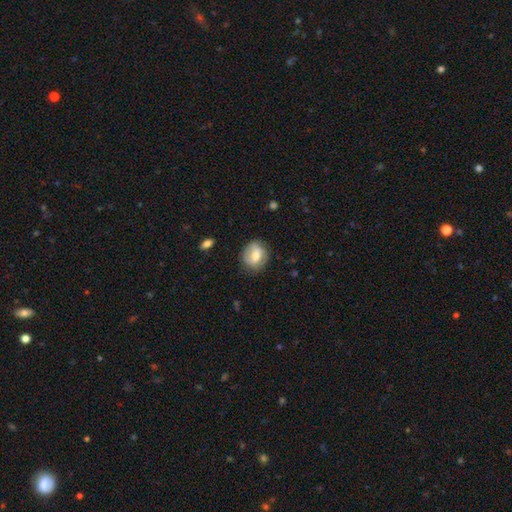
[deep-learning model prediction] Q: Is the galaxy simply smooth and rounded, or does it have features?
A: smooth — 60%.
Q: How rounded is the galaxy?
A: round — 68%.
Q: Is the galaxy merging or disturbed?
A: none — 78%.